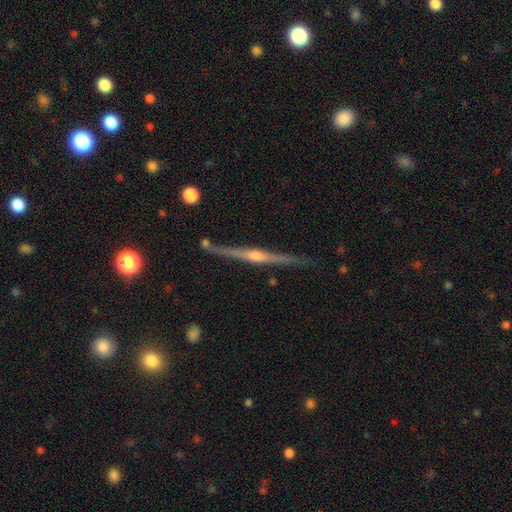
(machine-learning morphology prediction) This is clearly a featured or disk galaxy (87%). It is clearly viewed edge-on (98%). Edge-on bulge: clearly rounded (90%). Merging: clearly none (89%).